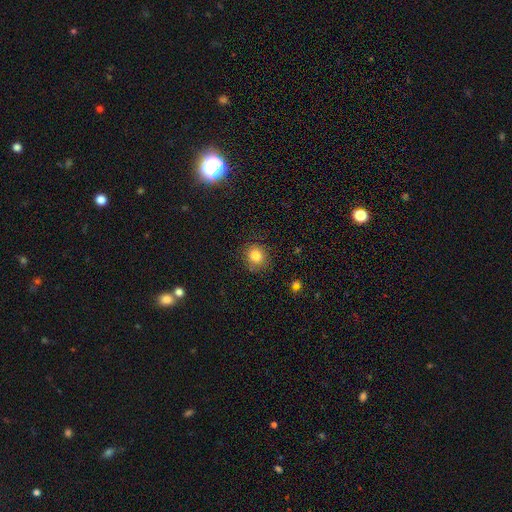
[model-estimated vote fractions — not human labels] Q: Smooth or featured?
A: smooth (82%); runner-up: star or artifact (12%)
Q: How rounded?
A: round (85%); runner-up: in between (14%)
Q: Merging?
A: none (85%); runner-up: minor disturbance (10%)